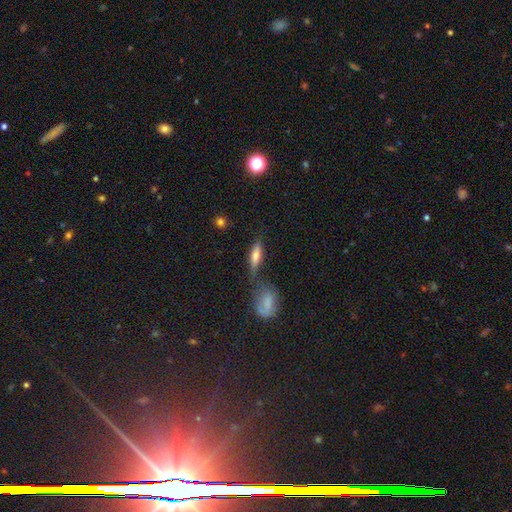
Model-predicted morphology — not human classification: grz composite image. It shows a smooth galaxy with no disk features (61%) that is cigar-shaped (52%). Merging: none (58%).